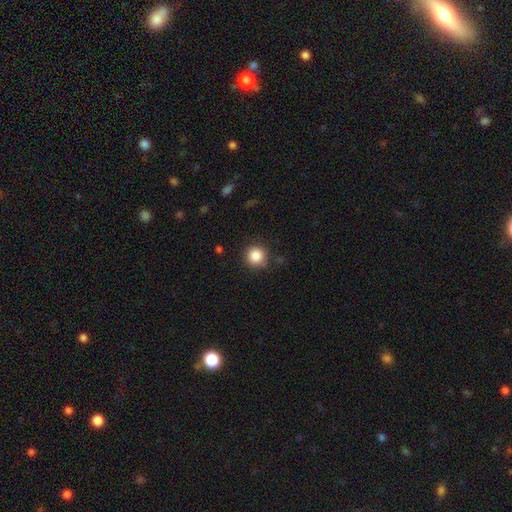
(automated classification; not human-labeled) The model was most divided on "merging": none: 85%, minor disturbance: 11%, major disturbance: 3%, merger: 2%. More confident: how rounded — round (94%); smooth or featured — smooth (86%).